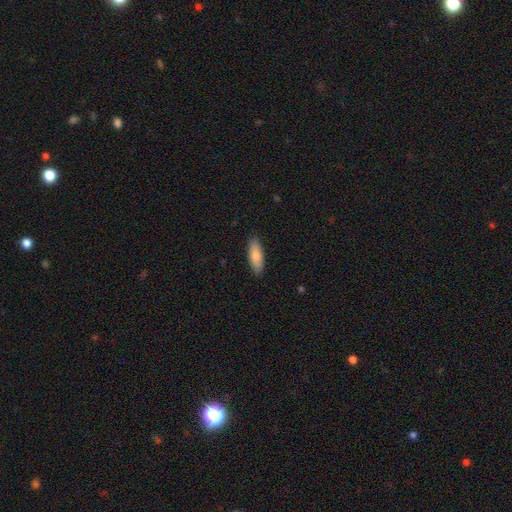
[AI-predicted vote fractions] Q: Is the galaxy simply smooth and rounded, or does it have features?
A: smooth — 82%.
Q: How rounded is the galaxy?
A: in between — 64%.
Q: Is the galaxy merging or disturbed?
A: none — 88%.